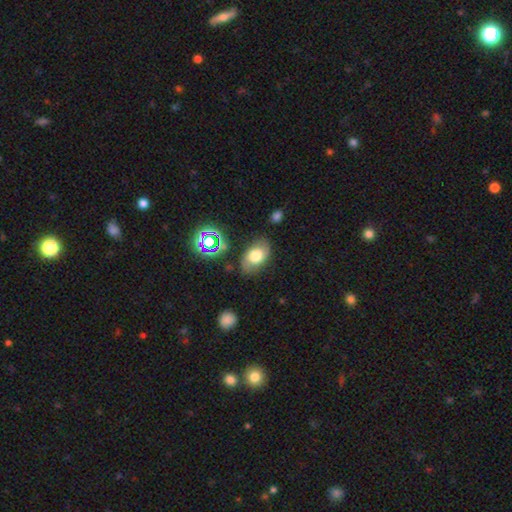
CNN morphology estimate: A smooth galaxy with no disk features (63%) that is in between round and cigar-shaped (86%).

Vote fractions:
- Smooth or featured? smooth: 63% / featured or disk: 25% / star or artifact: 13%
- How rounded? in between: 86% / round: 13% / cigar-shaped: 1%
- Merging? none: 75% / minor disturbance: 18% / major disturbance: 5% / merger: 3%